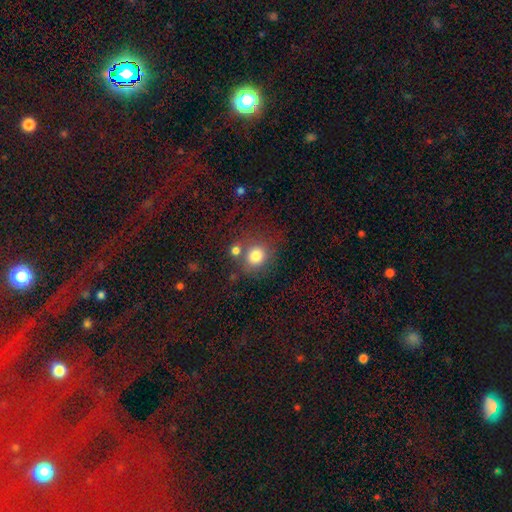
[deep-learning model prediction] A smooth galaxy with no disk features (79%) that is round (82%). Merging: none (64%).